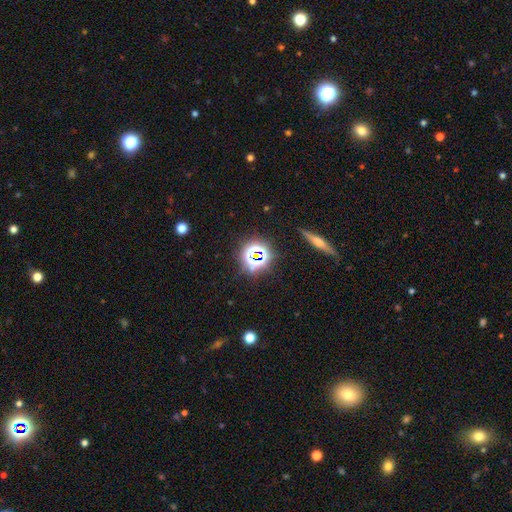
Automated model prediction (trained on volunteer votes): star or artifact 67%, smooth 22%, featured or disk 11%.